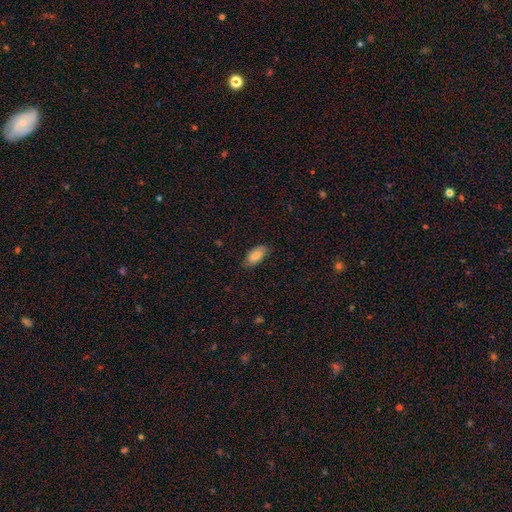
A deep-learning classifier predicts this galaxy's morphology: Smooth or featured?
  - smooth: 77% *
  - featured or disk: 16%
  - star or artifact: 7%
How rounded?
  - in between: 93% *
  - cigar-shaped: 4%
  - round: 3%
Merging?
  - none: 76% *
  - minor disturbance: 19%
  - major disturbance: 4%
  - merger: 1%